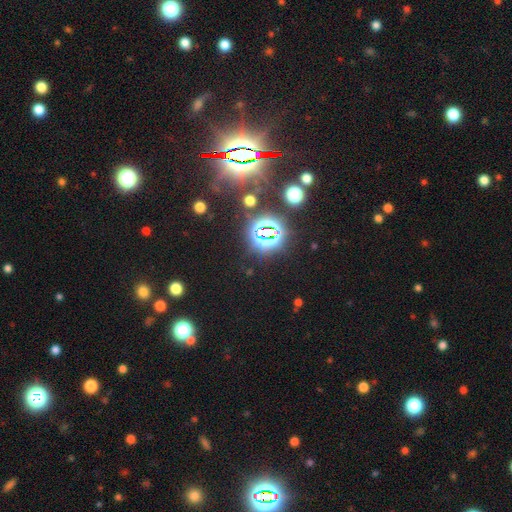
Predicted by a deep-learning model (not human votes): star or artifact 83%, smooth 10%, featured or disk 6%.